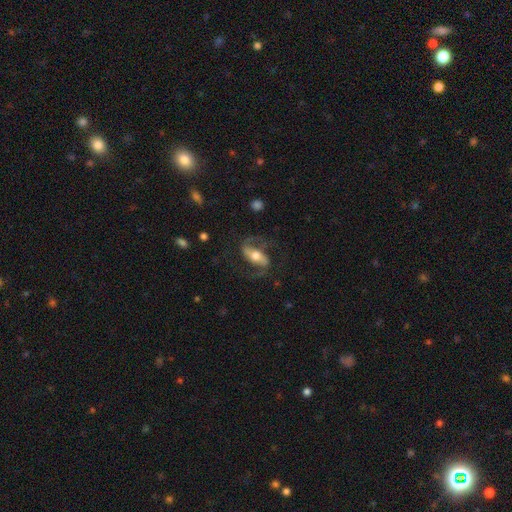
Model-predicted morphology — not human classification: Q: Smooth or featured?
A: featured or disk (80%); runner-up: smooth (14%)
Q: Edge-on disk?
A: no (94%); runner-up: yes (6%)
Q: Bar?
A: strong (51%); runner-up: weak (31%)
Q: Spiral arms?
A: yes (94%); runner-up: no (6%)
Q: Spiral winding?
A: medium (50%); runner-up: loose (38%)
Q: Spiral arm count?
A: 2 (91%); runner-up: 1 (3%)
Q: Bulge size?
A: moderate (67%); runner-up: small (16%)
Q: Merging?
A: none (70%); runner-up: minor disturbance (14%)